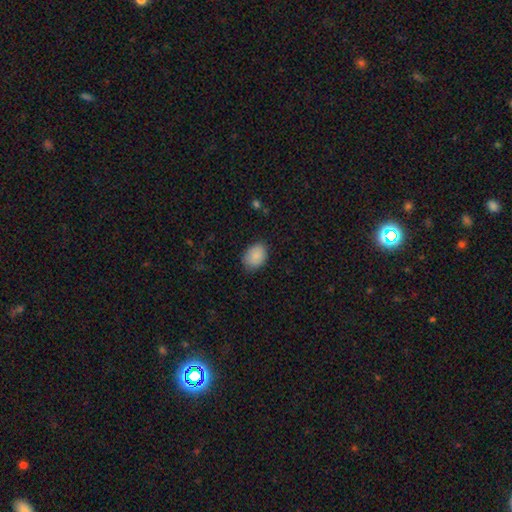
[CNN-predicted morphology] Q: Smooth or featured?
A: smooth (88%); runner-up: star or artifact (7%)
Q: How rounded?
A: in between (72%); runner-up: round (27%)
Q: Merging?
A: none (81%); runner-up: minor disturbance (15%)